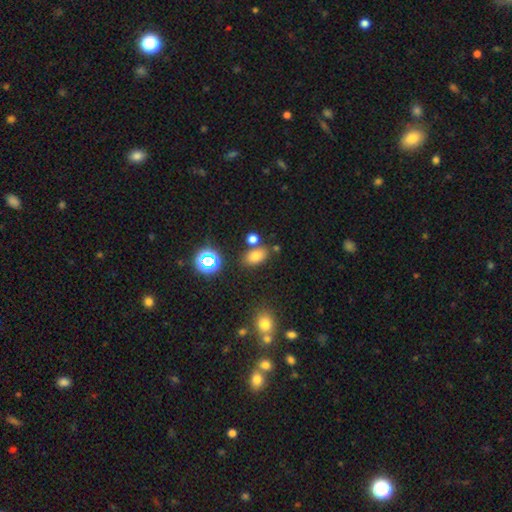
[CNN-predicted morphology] Smooth or featured: smooth — 72% (star or artifact — 19%)
How rounded: in between — 82% (round — 16%)
Merging: none — 73% (merger — 12%)